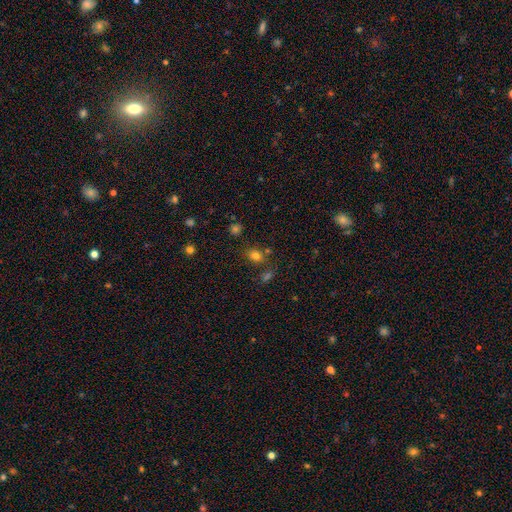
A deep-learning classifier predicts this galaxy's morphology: This is likely a smooth galaxy (77%). How rounded: possibly in between (52%). Merging: likely none (74%).